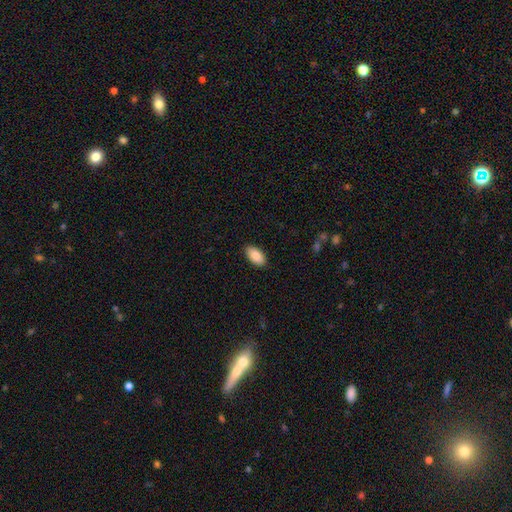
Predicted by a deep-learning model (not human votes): Morphology: type=smooth (88%); roundness=in between (95%); merging=none (89%).